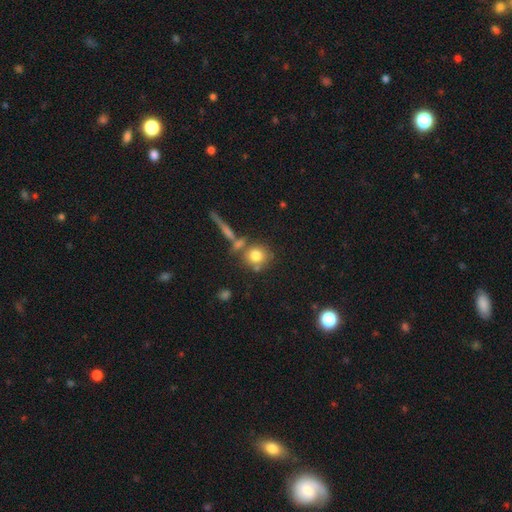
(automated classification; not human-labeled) Q: Smooth or featured?
A: smooth (76%); runner-up: featured or disk (13%)
Q: How rounded?
A: round (84%); runner-up: in between (13%)
Q: Merging?
A: none (62%); runner-up: merger (22%)